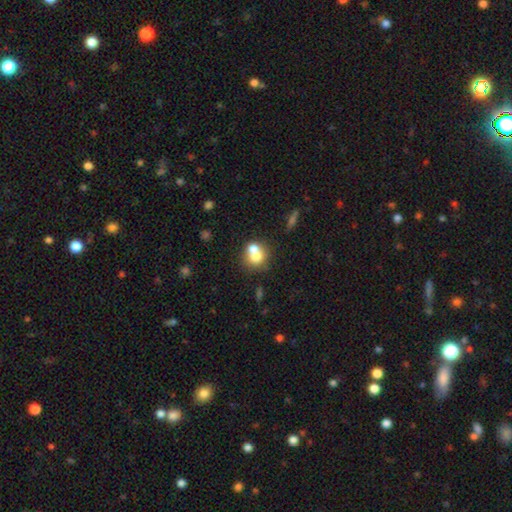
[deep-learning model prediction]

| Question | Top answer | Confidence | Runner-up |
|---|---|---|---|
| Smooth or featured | smooth | 68% | featured or disk (22%) |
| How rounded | round | 78% | in between (21%) |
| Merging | merger | 53% | none (36%) |